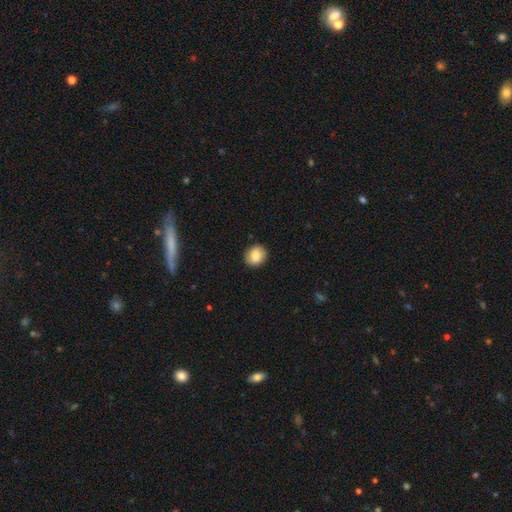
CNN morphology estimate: This is clearly a smooth galaxy (85%). How rounded: likely round (77%). Merging: clearly none (88%).